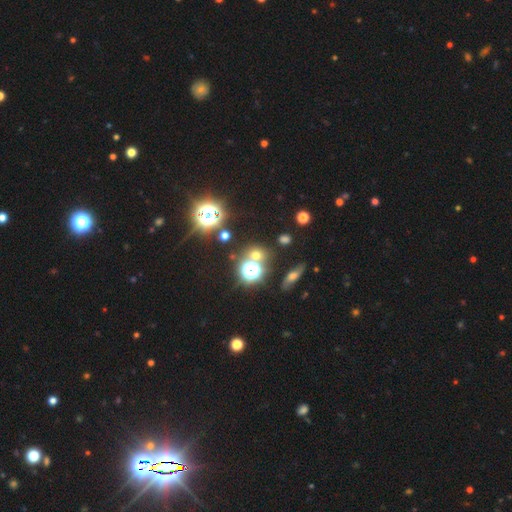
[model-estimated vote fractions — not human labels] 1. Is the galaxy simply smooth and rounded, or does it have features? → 50% smooth, 41% star or artifact, 9% featured or disk.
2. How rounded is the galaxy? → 78% round, 20% in between, 2% cigar-shaped.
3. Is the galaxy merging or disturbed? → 74% none, 12% merger, 9% minor disturbance, 4% major disturbance.